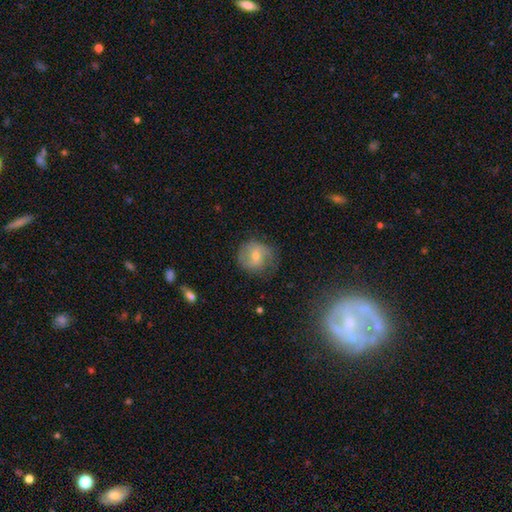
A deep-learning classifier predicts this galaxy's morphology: smooth_or_featured: featured or disk (p=0.53) [alt: smooth p=0.39]
disk_edge_on: no (p=0.97) [alt: yes p=0.03]
bar: no (p=0.50) [alt: weak p=0.40]
has_spiral_arms: yes (p=0.82) [alt: no p=0.18]
bulge_size: moderate (p=0.48) [alt: small p=0.47]
merging: none (p=0.66) [alt: minor disturbance p=0.22]